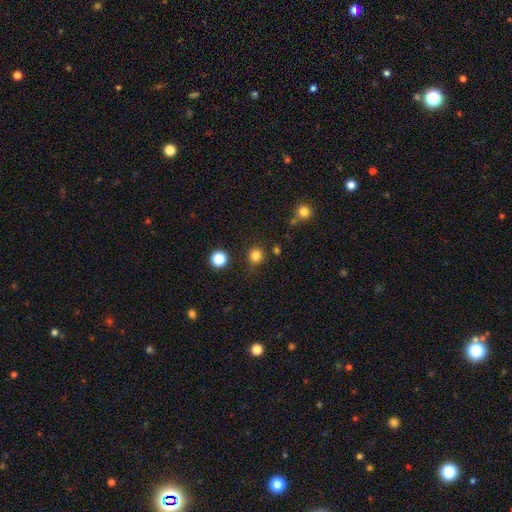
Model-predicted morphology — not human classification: Overall: smooth (82%). How rounded: round (93%). Merging: none (85%).